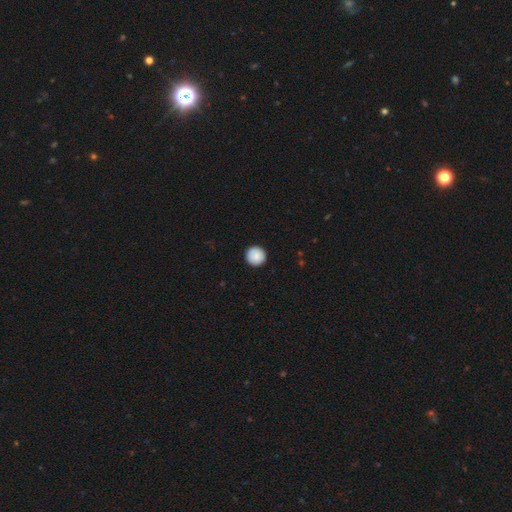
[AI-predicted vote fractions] Morphology: type=smooth (85%); roundness=round (96%); merging=none (91%).